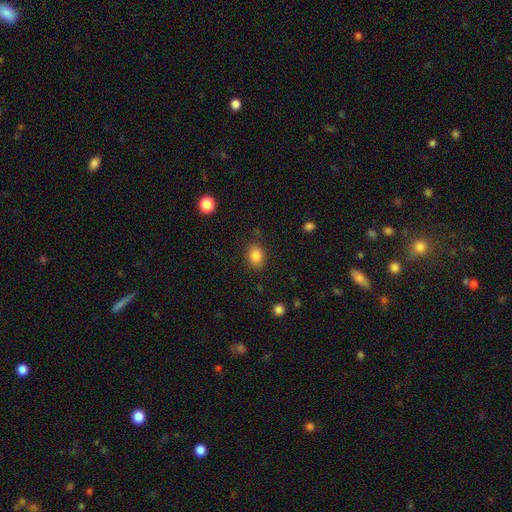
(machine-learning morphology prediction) A smooth galaxy with no disk features (85%) that is in between round and cigar-shaped (68%). Merging: none (84%).